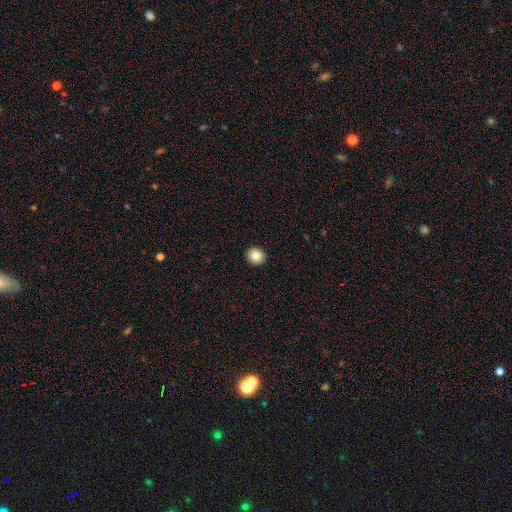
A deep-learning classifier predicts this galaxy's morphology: smooth_or_featured: smooth (p=0.84) [alt: star or artifact p=0.09]
how_rounded: round (p=0.87) [alt: in between p=0.12]
merging: none (p=0.93) [alt: minor disturbance p=0.04]